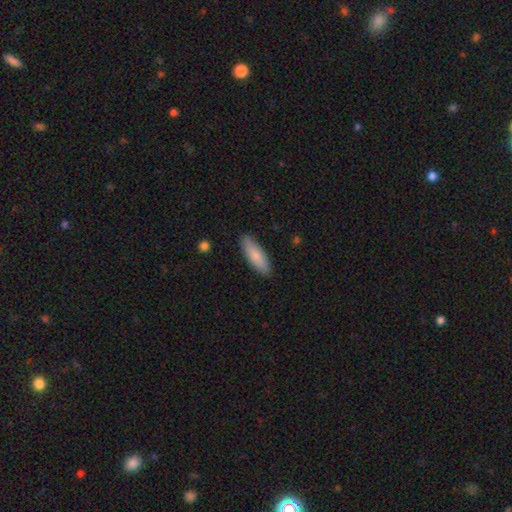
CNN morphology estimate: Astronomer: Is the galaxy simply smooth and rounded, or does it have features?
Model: smooth — 82%.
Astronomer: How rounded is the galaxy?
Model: in between — 56% (runner-up: cigar-shaped, 43%).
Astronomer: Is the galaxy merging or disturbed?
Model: none — 88%.